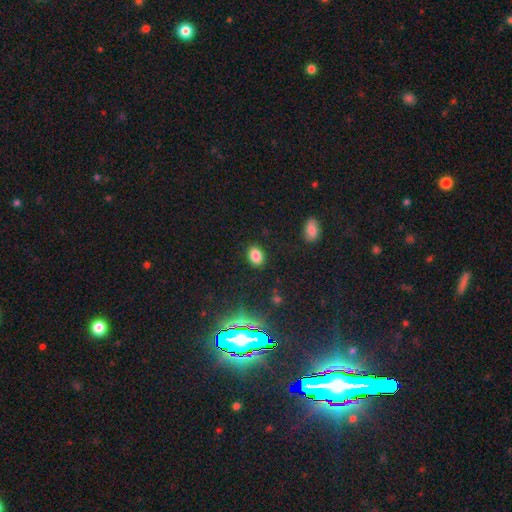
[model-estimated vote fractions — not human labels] Smooth or featured?
  - smooth: 82% *
  - star or artifact: 13%
  - featured or disk: 5%
How rounded?
  - in between: 77% *
  - round: 21%
  - cigar-shaped: 1%
Merging?
  - none: 87% *
  - minor disturbance: 9%
  - major disturbance: 3%
  - merger: 1%